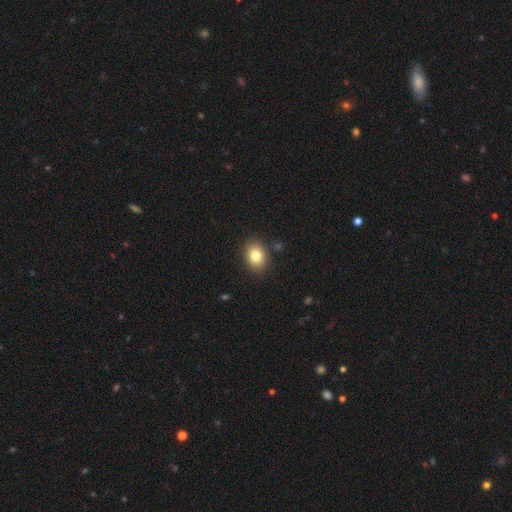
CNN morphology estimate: type=smooth (82%); roundness=in between (55%); merging=none (88%).